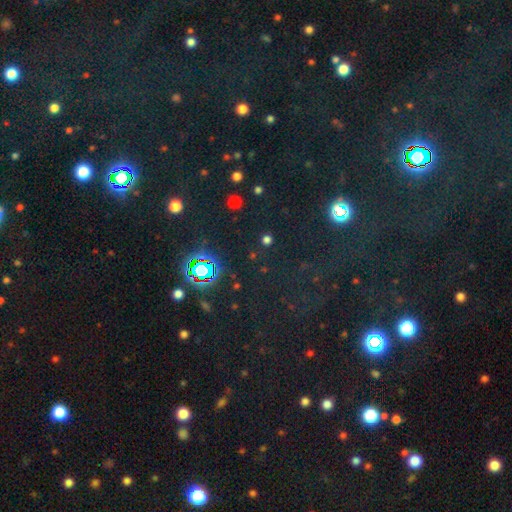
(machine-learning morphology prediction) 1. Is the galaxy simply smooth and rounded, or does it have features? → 74% star or artifact, 18% smooth, 7% featured or disk.